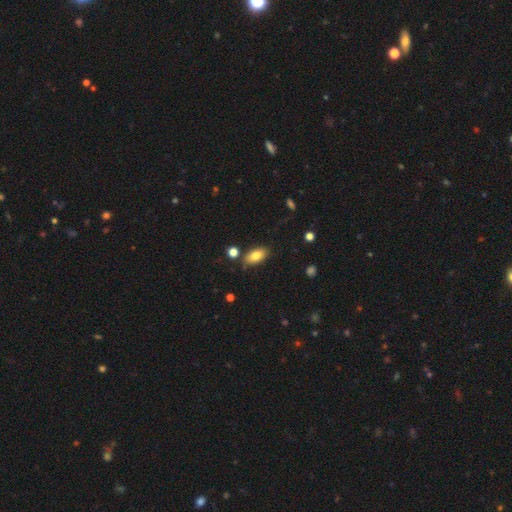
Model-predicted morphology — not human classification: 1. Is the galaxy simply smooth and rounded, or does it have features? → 81% smooth, 11% featured or disk, 8% star or artifact.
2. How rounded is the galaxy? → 91% in between, 4% cigar-shaped, 4% round.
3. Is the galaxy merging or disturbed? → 76% none, 16% minor disturbance, 5% merger, 3% major disturbance.